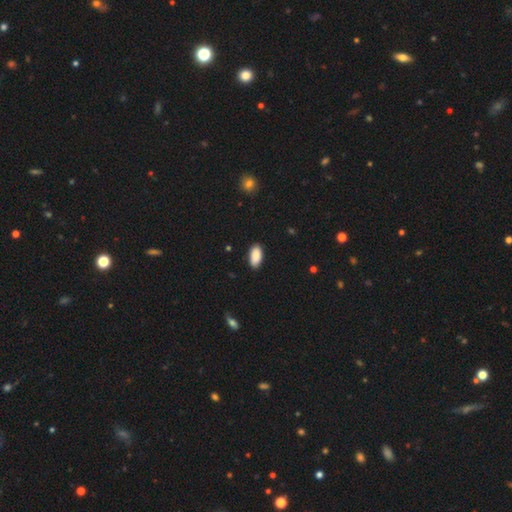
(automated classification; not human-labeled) A smooth galaxy with no disk features (90%) that is in between round and cigar-shaped (93%). Merging: none (86%).